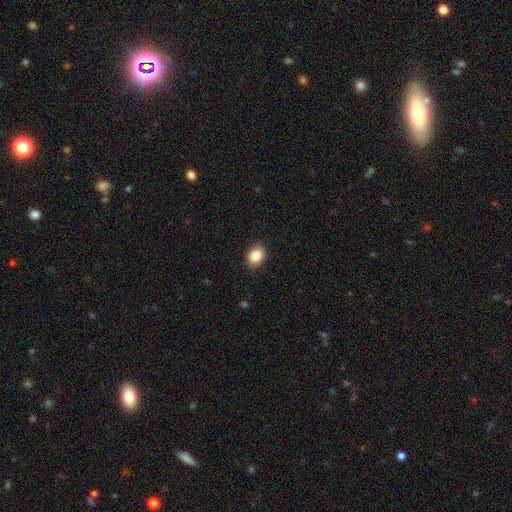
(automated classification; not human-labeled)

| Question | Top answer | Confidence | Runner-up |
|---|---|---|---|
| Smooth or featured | smooth | 88% | star or artifact (8%) |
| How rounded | in between | 58% | round (41%) |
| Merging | none | 88% | minor disturbance (9%) |